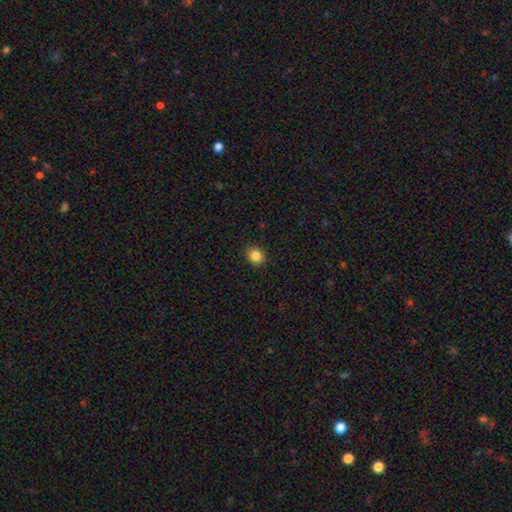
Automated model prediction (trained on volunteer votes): The model was most divided on "how rounded": round: 76%, in between: 23%, cigar-shaped: 1%. More confident: merging — none (90%); smooth or featured — smooth (85%).